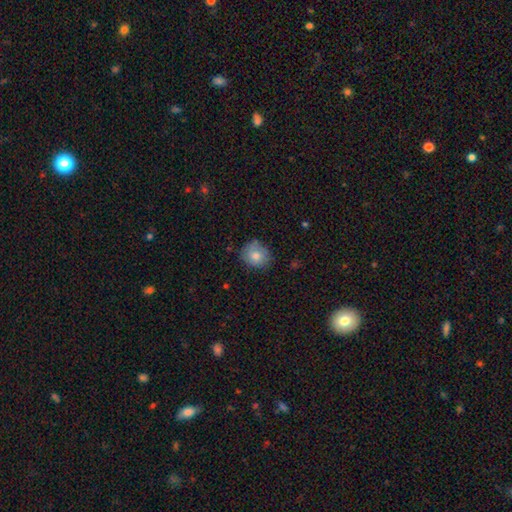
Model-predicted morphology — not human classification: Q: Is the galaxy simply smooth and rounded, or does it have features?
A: smooth — 79%.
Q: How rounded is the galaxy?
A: round — 78%.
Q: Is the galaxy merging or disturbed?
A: none — 74%.